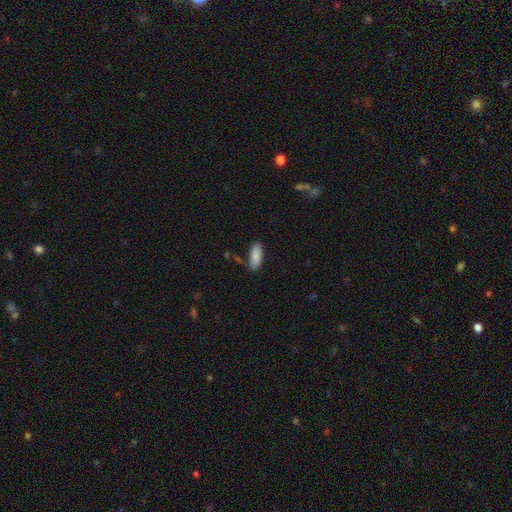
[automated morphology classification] A smooth galaxy with no disk features (87%) that is in between round and cigar-shaped (78%).

Vote fractions:
- Smooth or featured? smooth: 87% / star or artifact: 6% / featured or disk: 6%
- How rounded? in between: 78% / cigar-shaped: 20% / round: 2%
- Merging? none: 79% / minor disturbance: 14% / merger: 4% / major disturbance: 3%